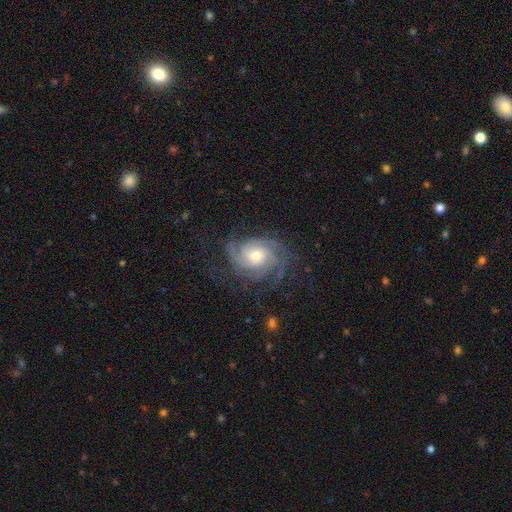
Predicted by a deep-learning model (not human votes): This appears to be a featured or disk galaxy (88%) with no bar (69%), 3 (35%) tight (58%) spiral arms (98%) and a moderate central bulge (62%). Merging: none (71%).